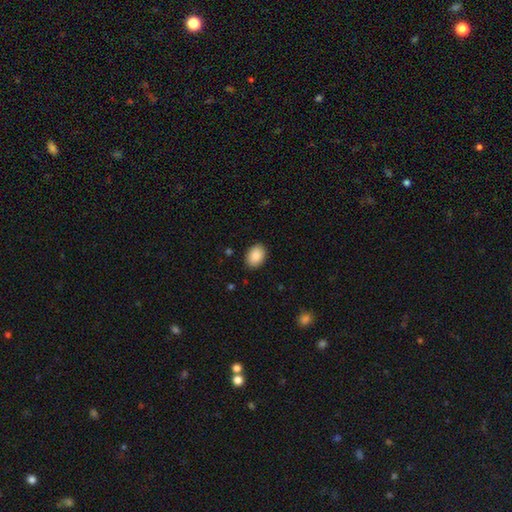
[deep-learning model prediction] Overall: smooth (89%). How rounded: in between (76%). Merging: none (88%).